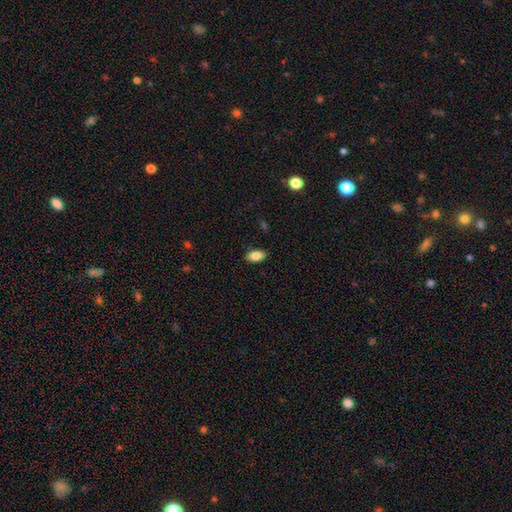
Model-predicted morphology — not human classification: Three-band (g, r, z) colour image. It shows a smooth galaxy with no disk features (85%) that is in between round and cigar-shaped (92%). Merging: none (88%).